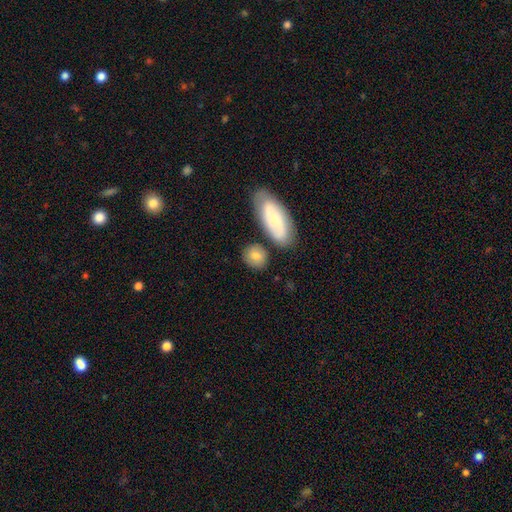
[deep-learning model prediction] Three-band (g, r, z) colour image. It shows a smooth galaxy with no disk features (80%) that is round (60%). Merging: none (72%).